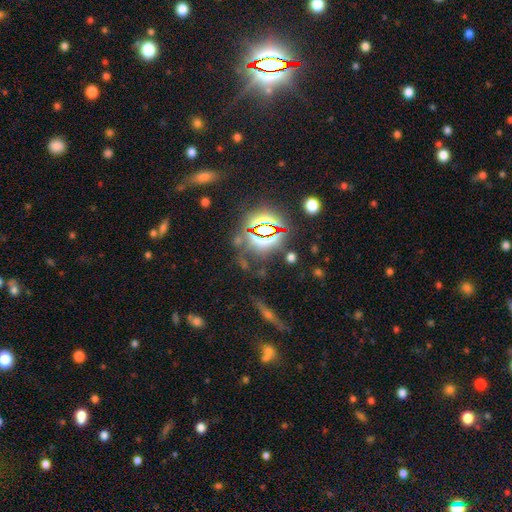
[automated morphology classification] Smooth or featured? Predicted: star or artifact (p=0.74).